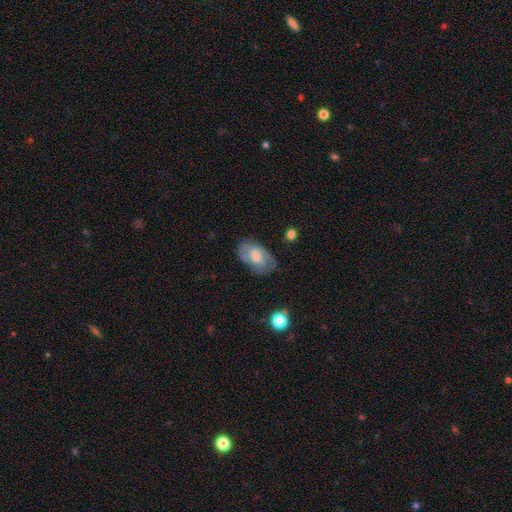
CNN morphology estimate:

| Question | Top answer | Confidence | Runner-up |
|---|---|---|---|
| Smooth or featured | featured or disk | 60% | smooth (33%) |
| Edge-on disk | no | 95% | yes (5%) |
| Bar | weak | 47% | no (41%) |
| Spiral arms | yes | 81% | no (19%) |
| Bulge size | moderate | 49% | small (37%) |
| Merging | none | 72% | minor disturbance (20%) |